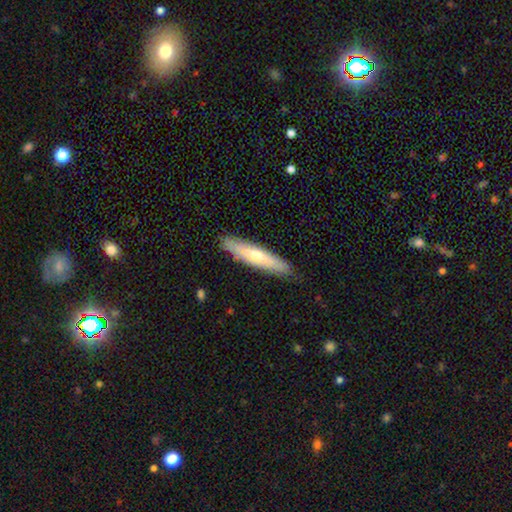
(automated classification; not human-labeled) Morphology: type=smooth (57%); roundness=cigar-shaped (84%); merging=none (87%).